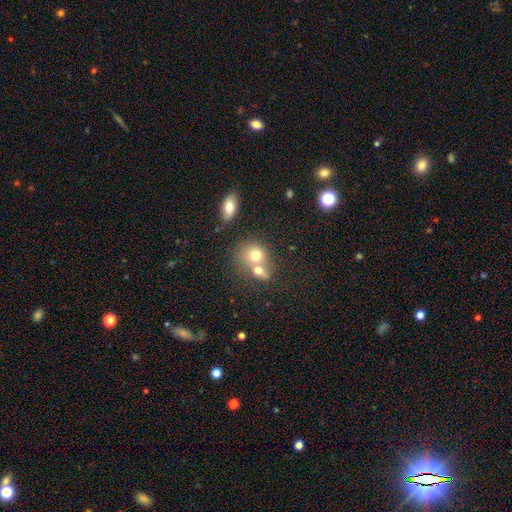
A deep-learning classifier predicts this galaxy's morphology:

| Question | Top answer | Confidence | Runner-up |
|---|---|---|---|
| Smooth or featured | smooth | 71% | featured or disk (18%) |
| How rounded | round | 64% | in between (34%) |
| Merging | merger | 61% | none (28%) |